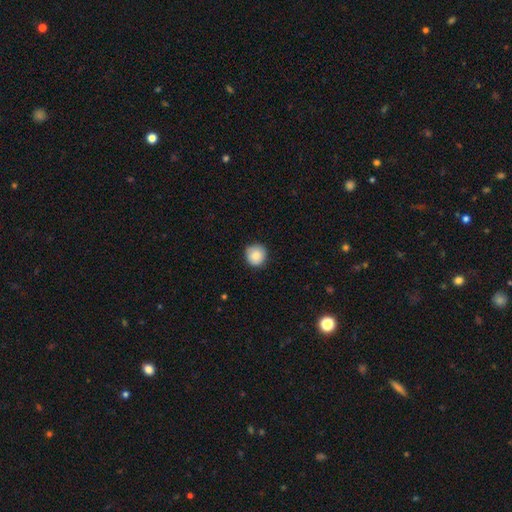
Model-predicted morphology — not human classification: Smooth or featured? smooth (84%)
How rounded? round (93%)
Merging? none (85%)